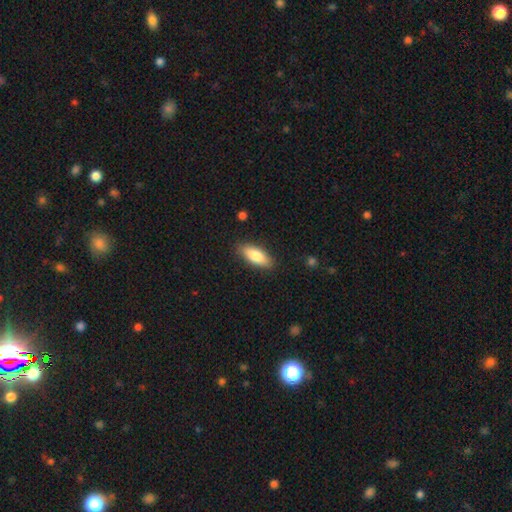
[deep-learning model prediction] smooth 81%, featured or disk 13%, star or artifact 6%. Down the decision tree: how rounded — in between (73%); merging — none (87%).